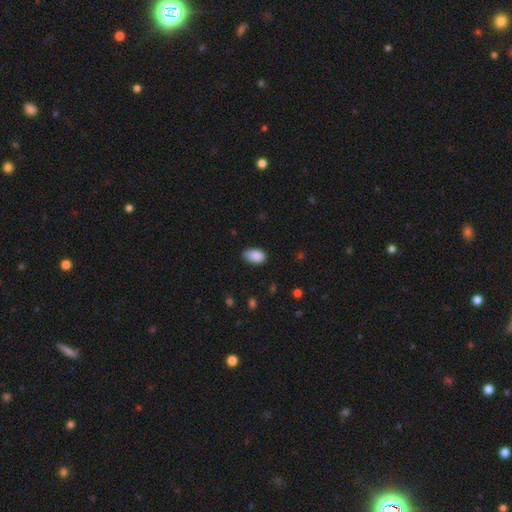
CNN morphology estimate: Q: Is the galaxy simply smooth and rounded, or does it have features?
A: smooth — 89%.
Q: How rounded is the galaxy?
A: in between — 94%.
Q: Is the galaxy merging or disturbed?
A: none — 78%.